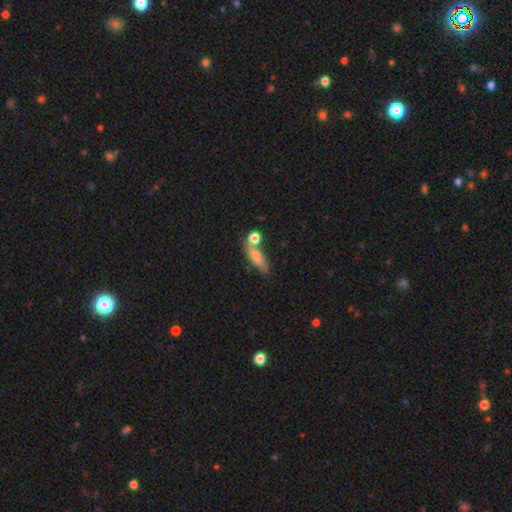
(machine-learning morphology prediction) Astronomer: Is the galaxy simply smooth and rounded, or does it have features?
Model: smooth — 66%.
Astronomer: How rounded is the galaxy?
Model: cigar-shaped — 49% (runner-up: in between, 43%).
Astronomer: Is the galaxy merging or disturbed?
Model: none — 56%.